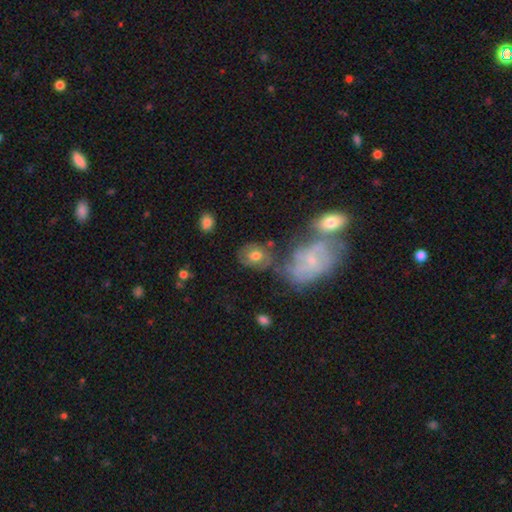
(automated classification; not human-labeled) The model was most divided on "how rounded": round: 51%, in between: 48%, cigar-shaped: 1%. More confident: merging — none (57%); smooth or featured — smooth (54%).